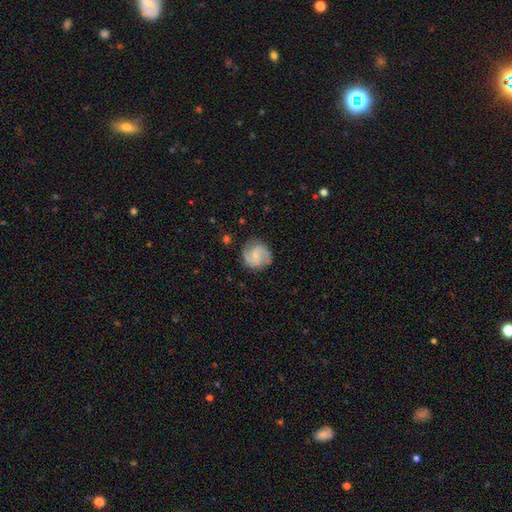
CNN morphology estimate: type=featured or disk (71%); edge-on=no (98%); bar=no (46%, tied with weak); spiral arms=yes (95%); winding=medium (51%); arm count=2 (88%); bulge=small (54%); merging=none (81%).